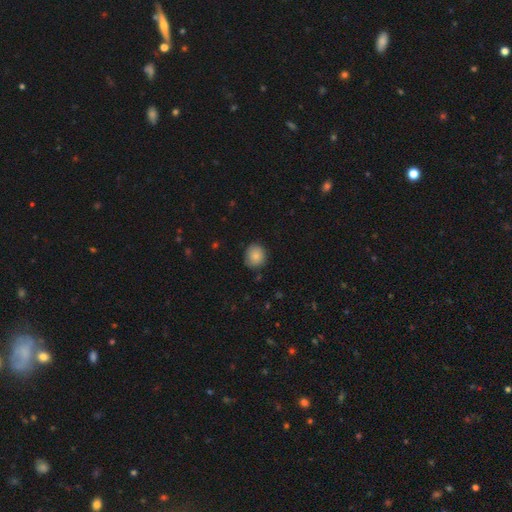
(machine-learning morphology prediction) smooth 83%, star or artifact 9%, featured or disk 8%. Down the decision tree: how rounded — round (84%); merging — none (80%).